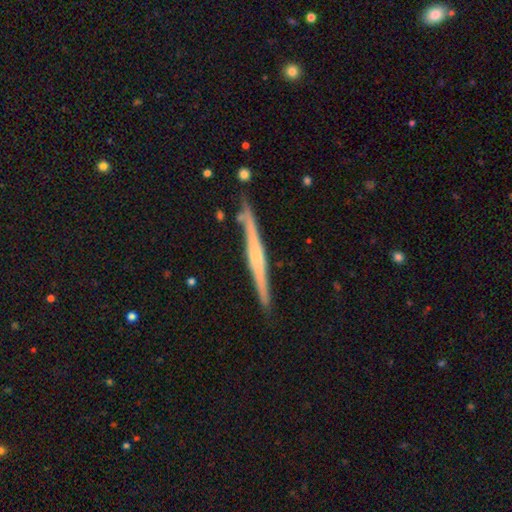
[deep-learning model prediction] This appears to be a featured or disk galaxy (73%) viewed edge-on (97%) with a rounded central bulge (52%). Merging: none (83%).